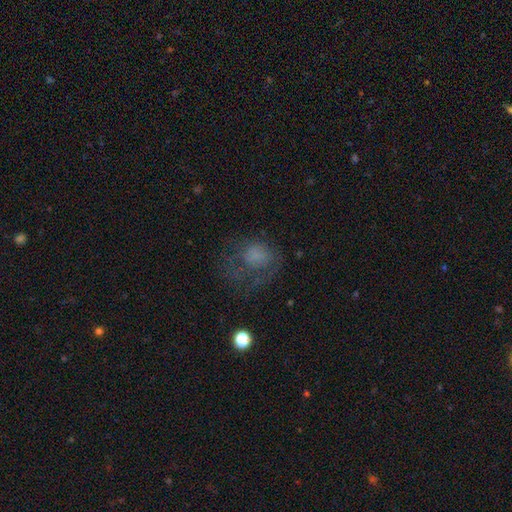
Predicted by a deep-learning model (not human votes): The model was most divided on "merging" (2-way tie): major disturbance: 39%, none: 39%, minor disturbance: 19%, merger: 2%. More confident: how rounded — round (61%); smooth or featured — smooth (54%).